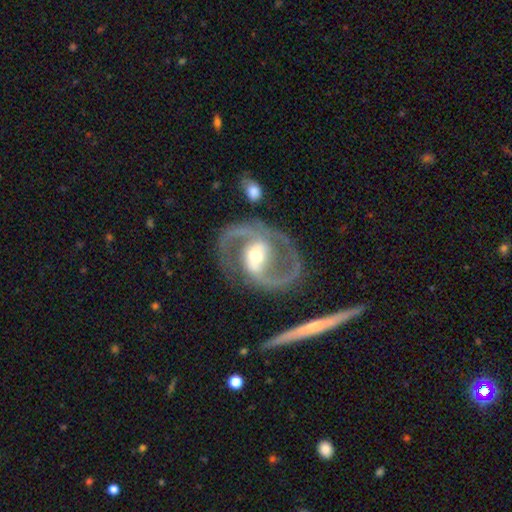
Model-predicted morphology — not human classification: Smooth or featured? featured or disk (90%)
Edge-on disk? no (97%)
Bar? strong (40%)
Spiral arms? yes (93%)
Spiral winding? medium (61%)
Spiral arm count? 2 (92%)
Bulge size? moderate (68%)
Merging? none (78%)